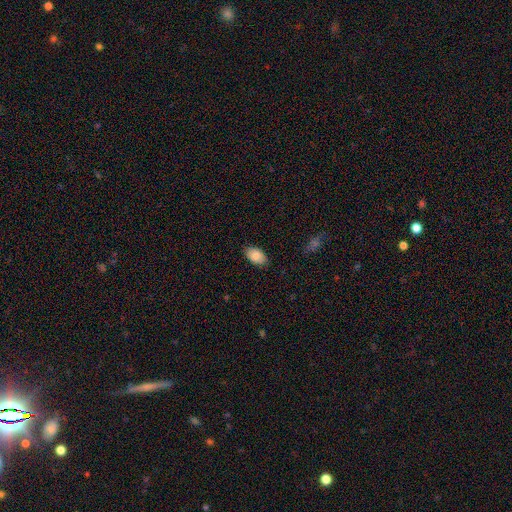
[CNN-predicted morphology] Overall: smooth (84%). How rounded: in between (92%). Merging: none (86%).